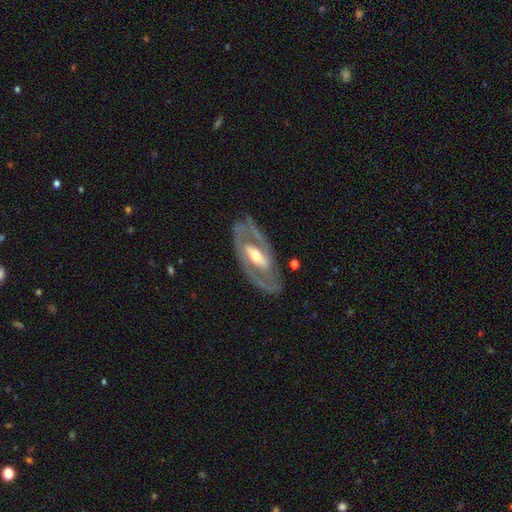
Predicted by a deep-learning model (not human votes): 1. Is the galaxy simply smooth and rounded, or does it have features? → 84% featured or disk, 11% smooth, 4% star or artifact.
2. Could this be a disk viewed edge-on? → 91% no, 9% yes.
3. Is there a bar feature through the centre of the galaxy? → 46% strong, 31% weak, 23% no.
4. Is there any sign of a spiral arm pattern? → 74% yes, 26% no.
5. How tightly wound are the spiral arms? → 44% medium, 40% tight, 15% loose.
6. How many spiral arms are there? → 83% 2, 10% can't tell, 4% 1, 2% 3, 1% 4, 1% more than 4.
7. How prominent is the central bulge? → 67% moderate, 23% small, 8% large, 1% dominant, 1% none.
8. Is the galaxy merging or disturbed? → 79% none, 13% minor disturbance, 7% major disturbance, 2% merger.